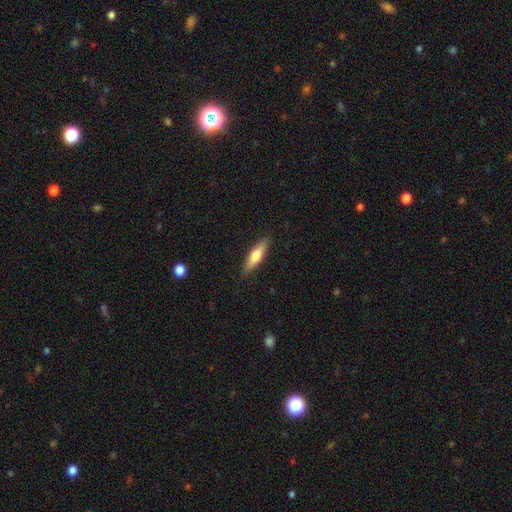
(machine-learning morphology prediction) This is likely a smooth galaxy (64%). How rounded: likely cigar-shaped (65%). Merging: clearly none (87%).